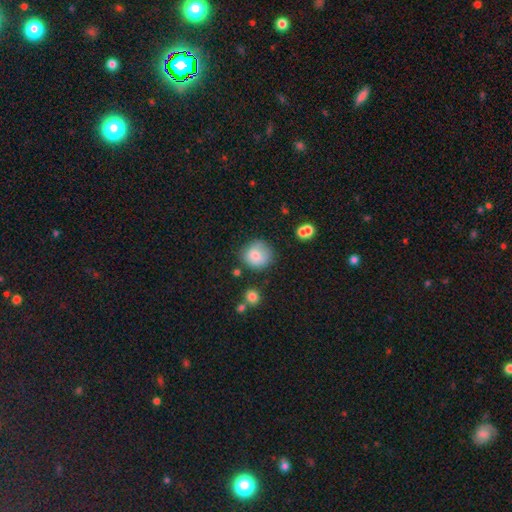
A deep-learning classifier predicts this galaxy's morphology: Q: Smooth or featured?
A: smooth (80%); runner-up: featured or disk (10%)
Q: How rounded?
A: round (85%); runner-up: in between (14%)
Q: Merging?
A: none (69%); runner-up: minor disturbance (20%)